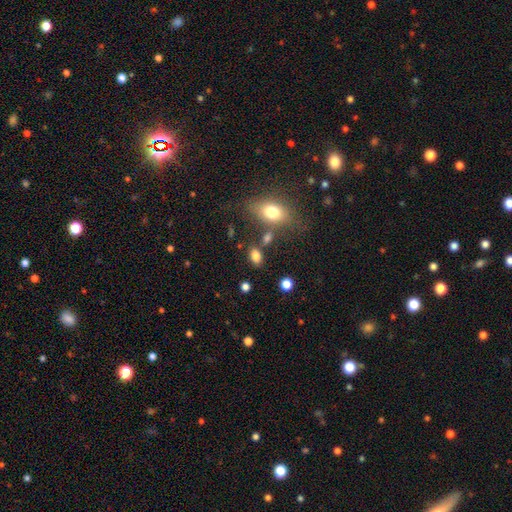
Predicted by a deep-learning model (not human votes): smooth-or-featured: smooth: 81% | star or artifact: 11% | featured or disk: 8%
  how-rounded: in between: 84% | round: 14% | cigar-shaped: 2%
  merging: none: 72% | minor disturbance: 13% | merger: 10% | major disturbance: 5%